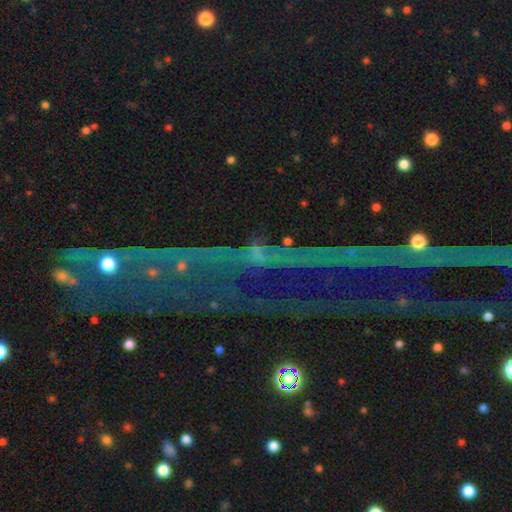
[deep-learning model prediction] Morphology: type=star or artifact (64%).